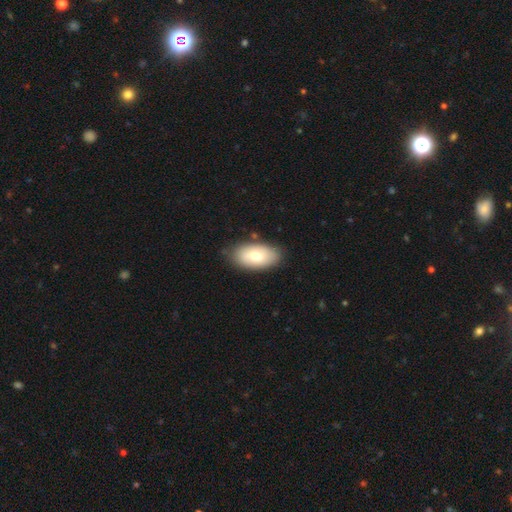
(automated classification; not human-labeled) Smooth or featured: smooth — 70% (featured or disk — 23%)
How rounded: in between — 94% (round — 4%)
Merging: none — 83% (minor disturbance — 13%)